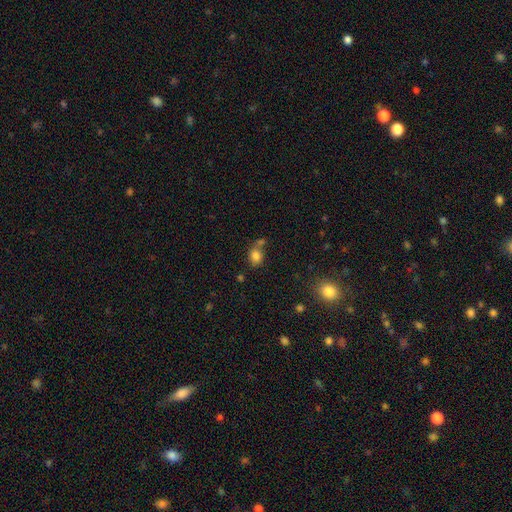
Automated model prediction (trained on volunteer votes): smooth_or_featured: smooth (p=0.81) [alt: star or artifact p=0.12]
how_rounded: in between (p=0.50) [alt: round p=0.49]
merging: none (p=0.54) [alt: merger p=0.26]